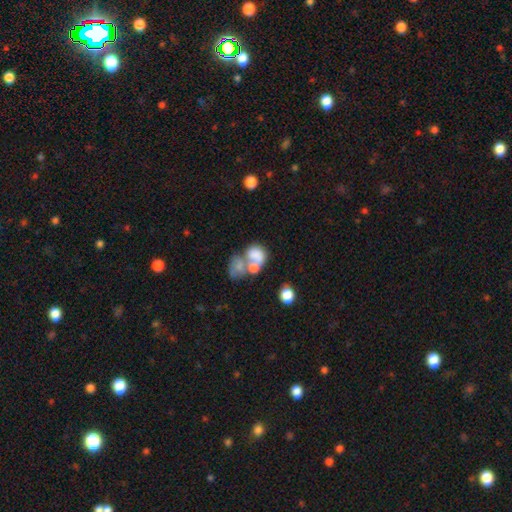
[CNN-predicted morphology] Smooth or featured? smooth (60%)
How rounded? in between (64%)
Merging? merger (66%)